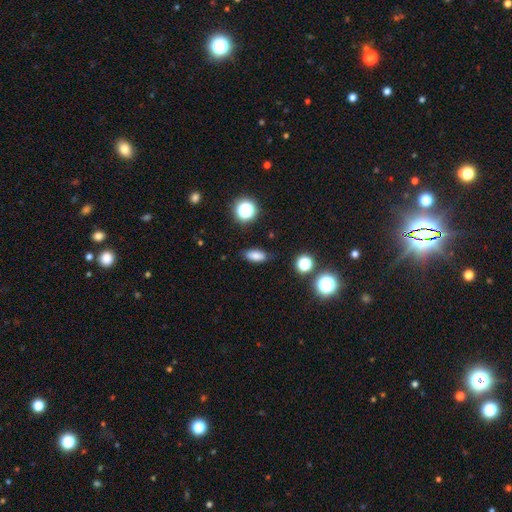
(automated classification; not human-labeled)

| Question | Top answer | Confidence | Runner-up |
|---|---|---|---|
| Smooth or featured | smooth | 80% | star or artifact (13%) |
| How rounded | in between | 81% | cigar-shaped (12%) |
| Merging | none | 83% | minor disturbance (12%) |